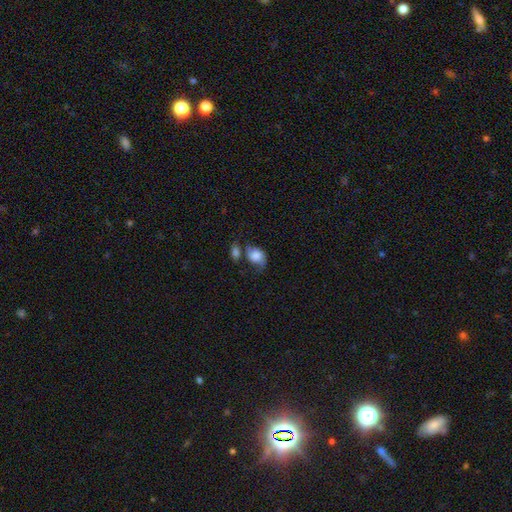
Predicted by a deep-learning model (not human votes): The model was most divided on "merging": none: 33%, merger: 25%, minor disturbance: 24%, major disturbance: 18%. More confident: smooth or featured — smooth (66%); how rounded — in between (62%).